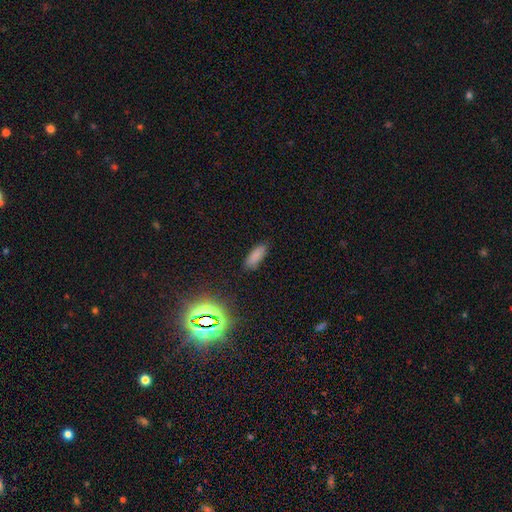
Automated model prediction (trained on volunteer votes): This appears to be a smooth galaxy with no disk features (80%) that is in between round and cigar-shaped (65%). Merging: none (84%).